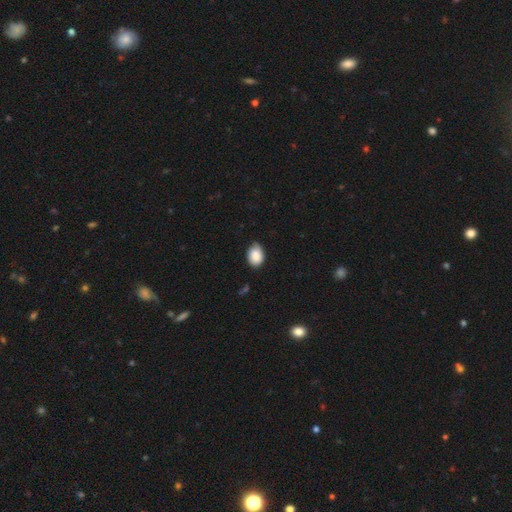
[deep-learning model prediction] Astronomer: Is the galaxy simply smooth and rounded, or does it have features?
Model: smooth — 86%.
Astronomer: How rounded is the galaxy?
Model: in between — 79%.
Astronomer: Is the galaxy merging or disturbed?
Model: none — 68%.